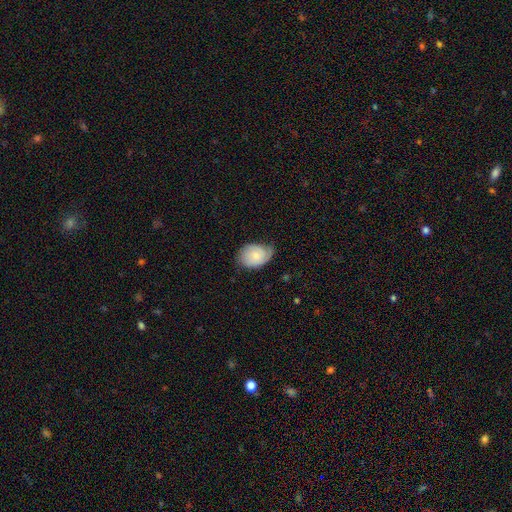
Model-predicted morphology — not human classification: This is possibly a smooth galaxy (58%). How rounded: likely in between (74%). Merging: possibly none (50%).